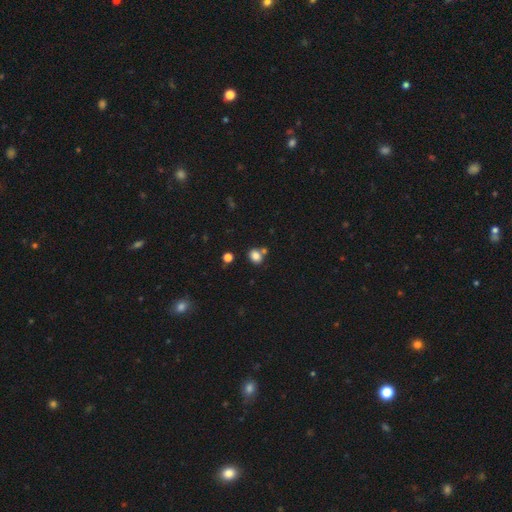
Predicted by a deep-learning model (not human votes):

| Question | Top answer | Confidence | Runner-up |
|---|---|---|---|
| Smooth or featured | smooth | 83% | star or artifact (12%) |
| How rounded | round | 52% | in between (47%) |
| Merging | none | 66% | merger (19%) |